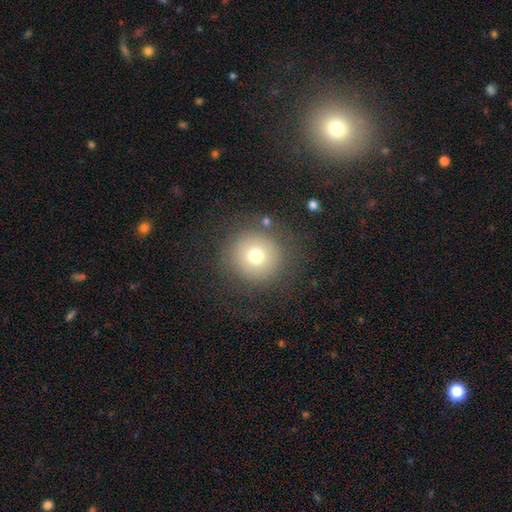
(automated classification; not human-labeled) The model was most divided on "smooth or featured": smooth: 72%, featured or disk: 15%, star or artifact: 13%. More confident: how rounded — round (95%); merging — none (83%).